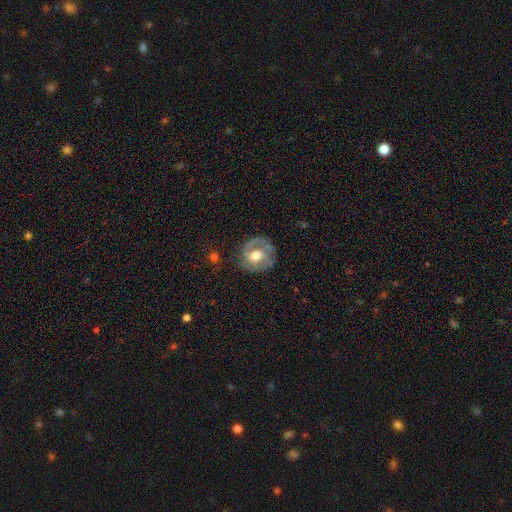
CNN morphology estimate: Smooth or featured: featured or disk — 69% (smooth — 25%)
Edge-on disk: no — 97% (yes — 3%)
Bar: no — 56% (weak — 35%)
Spiral arms: yes — 79% (no — 21%)
Spiral winding: tight — 48% (medium — 37%)
Spiral arm count: 2 — 50% (1 — 30%)
Bulge size: moderate — 70% (large — 20%)
Merging: none — 70% (minor disturbance — 19%)